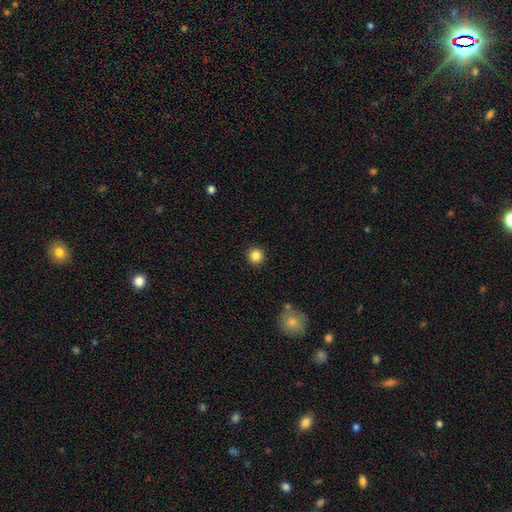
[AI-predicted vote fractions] Smooth or featured: smooth — 86% (star or artifact — 10%)
How rounded: round — 95% (in between — 4%)
Merging: none — 92% (minor disturbance — 5%)